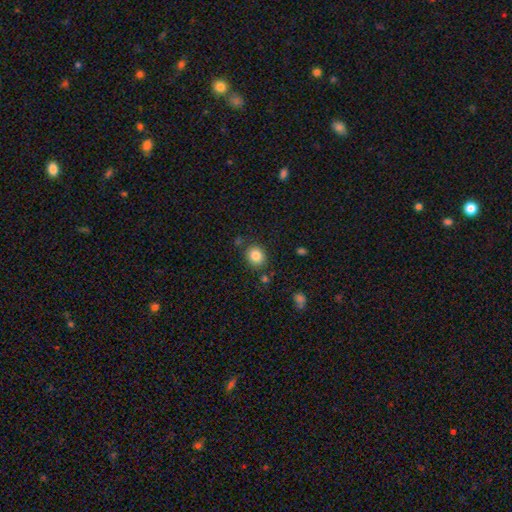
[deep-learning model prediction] A smooth galaxy with no disk features (84%) that is round (71%). Merging: none (83%).